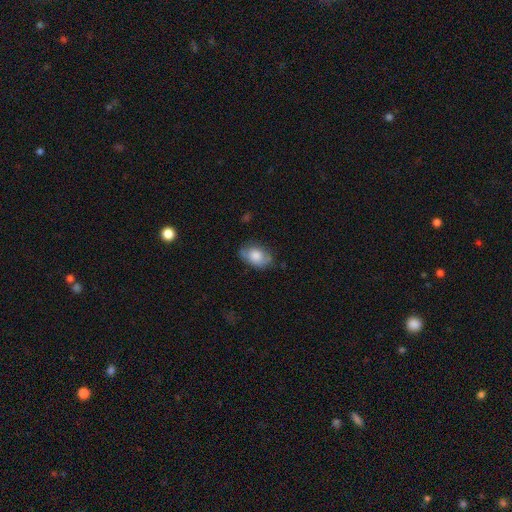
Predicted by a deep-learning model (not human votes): Q: Smooth or featured?
A: smooth (74%); runner-up: featured or disk (19%)
Q: How rounded?
A: in between (86%); runner-up: round (13%)
Q: Merging?
A: none (69%); runner-up: minor disturbance (24%)